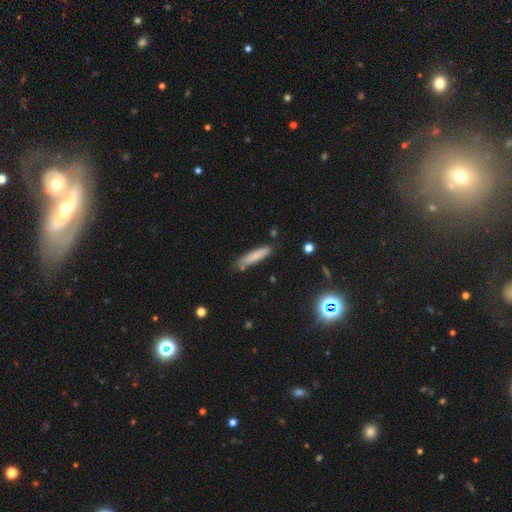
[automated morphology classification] smooth 79%, featured or disk 14%, star or artifact 7%. Down the decision tree: how rounded — cigar-shaped (84%); merging — none (77%).